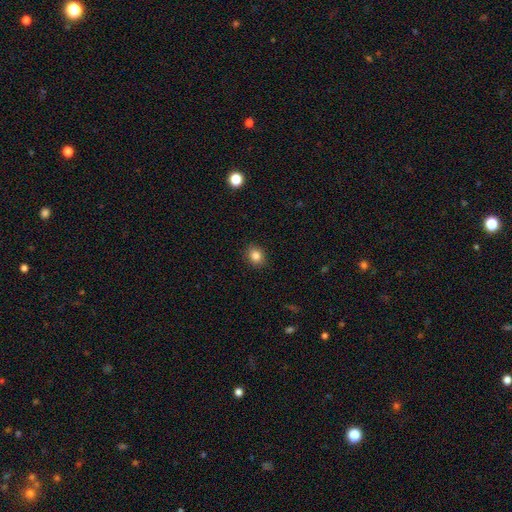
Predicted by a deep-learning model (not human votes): The model was most divided on "how rounded": round: 62%, in between: 37%, cigar-shaped: 1%. More confident: merging — none (89%); smooth or featured — smooth (84%).